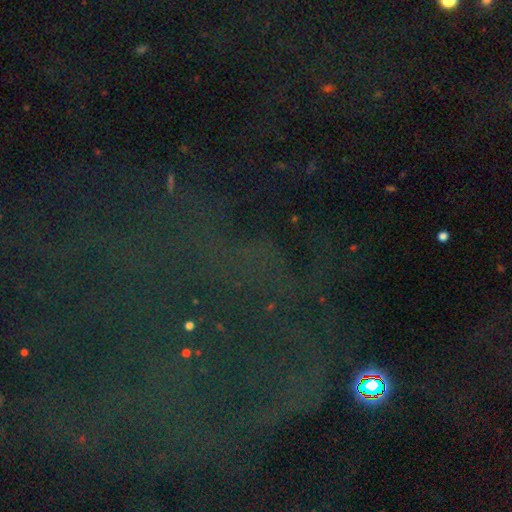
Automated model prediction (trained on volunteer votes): smooth_or_featured: star or artifact (p=0.78) [alt: smooth p=0.11]